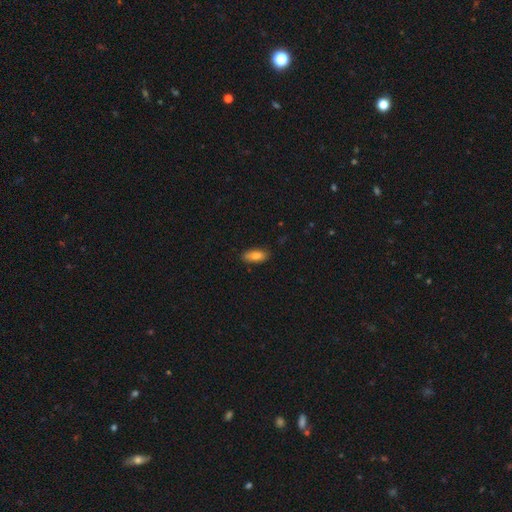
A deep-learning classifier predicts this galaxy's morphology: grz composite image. It shows a smooth galaxy with no disk features (82%) that is in between round and cigar-shaped (79%). Merging: none (84%).